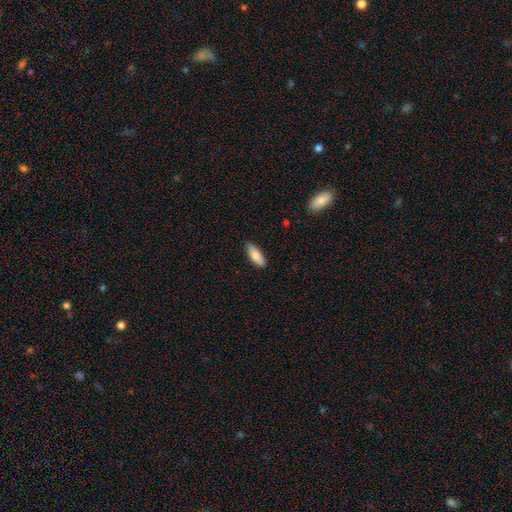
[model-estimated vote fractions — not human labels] smooth_or_featured: smooth (p=0.84) [alt: featured or disk p=0.10]
how_rounded: in between (p=0.67) [alt: cigar-shaped p=0.31]
merging: none (p=0.83) [alt: minor disturbance p=0.14]